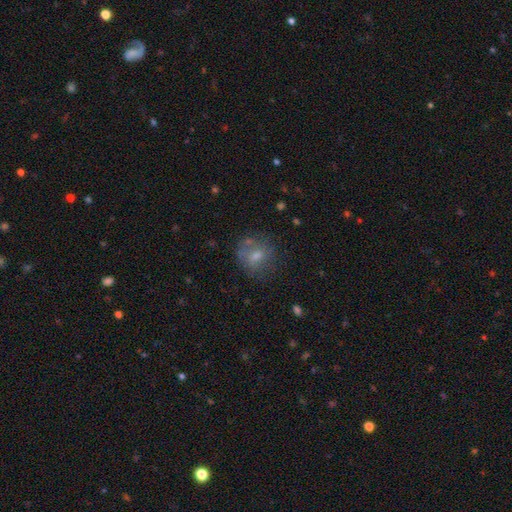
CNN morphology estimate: Smooth or featured? smooth (59%)
How rounded? round (73%)
Merging? none (65%)